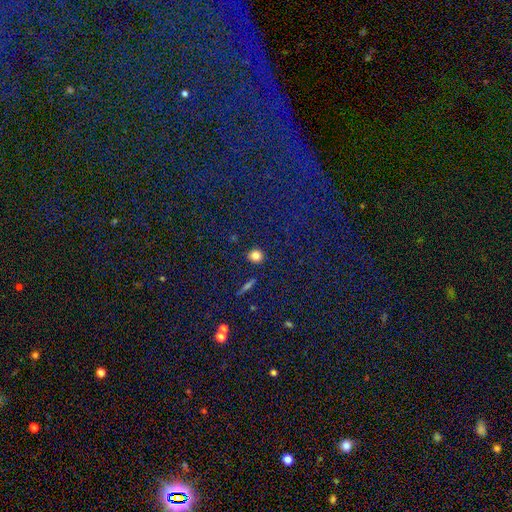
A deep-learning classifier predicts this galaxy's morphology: The model was most divided on "smooth or featured": smooth: 81%, star or artifact: 12%, featured or disk: 8%. More confident: merging — none (91%); how rounded — round (90%).